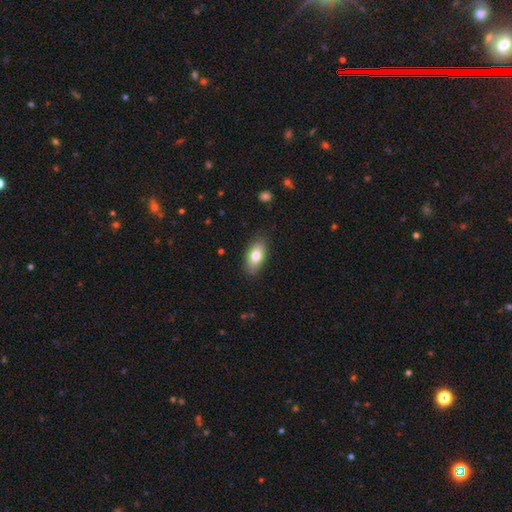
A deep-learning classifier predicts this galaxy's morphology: Smooth or featured? smooth (78%)
How rounded? in between (89%)
Merging? none (86%)